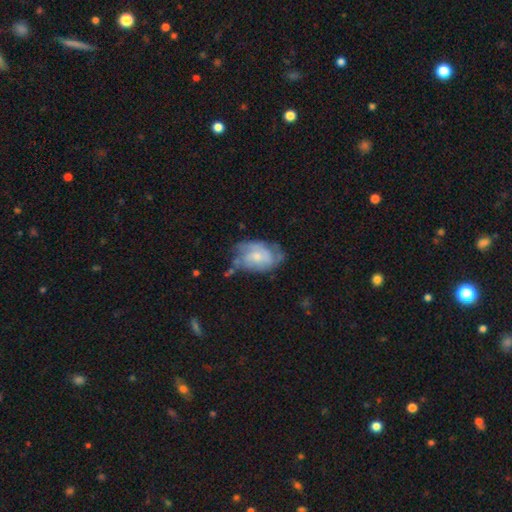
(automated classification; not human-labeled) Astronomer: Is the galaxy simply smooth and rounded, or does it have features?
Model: featured or disk — 67%.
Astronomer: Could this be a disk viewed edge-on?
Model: no — 96%.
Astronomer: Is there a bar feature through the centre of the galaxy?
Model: no — 69%.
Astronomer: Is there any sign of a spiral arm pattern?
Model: yes — 80%.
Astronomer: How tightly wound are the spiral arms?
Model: tight — 43% (runner-up: medium, 41%).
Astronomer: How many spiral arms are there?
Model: can't tell — 39% (runner-up: 2, 34%).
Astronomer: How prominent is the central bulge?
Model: small — 48% (runner-up: moderate, 42%).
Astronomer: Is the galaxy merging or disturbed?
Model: none — 49% (runner-up: minor disturbance, 31%).